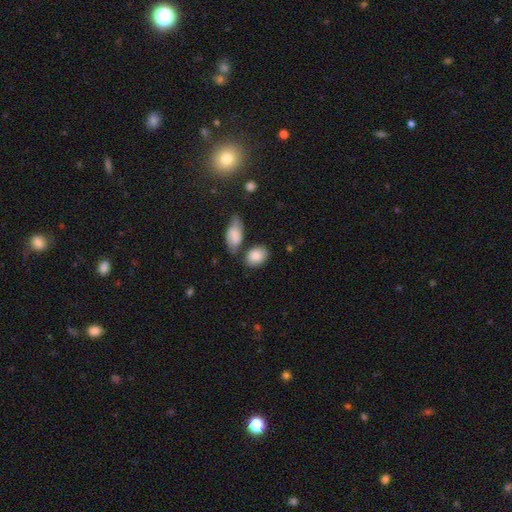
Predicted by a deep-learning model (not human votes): Smooth or featured: smooth — 86% (featured or disk — 8%)
How rounded: in between — 81% (round — 17%)
Merging: none — 61% (minor disturbance — 17%)